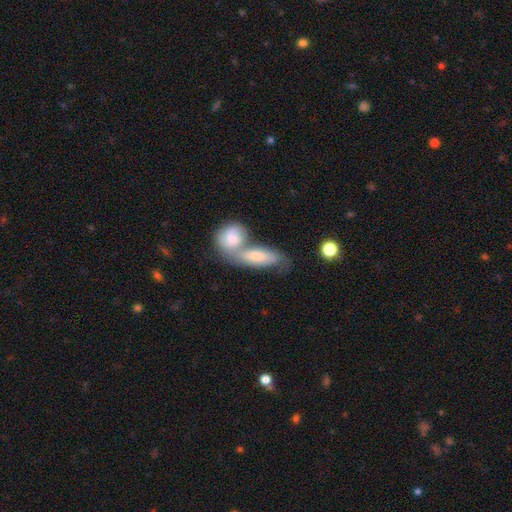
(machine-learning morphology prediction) A smooth galaxy with no disk features (62%) that is in between round and cigar-shaped (69%). Merging: merger (62%).